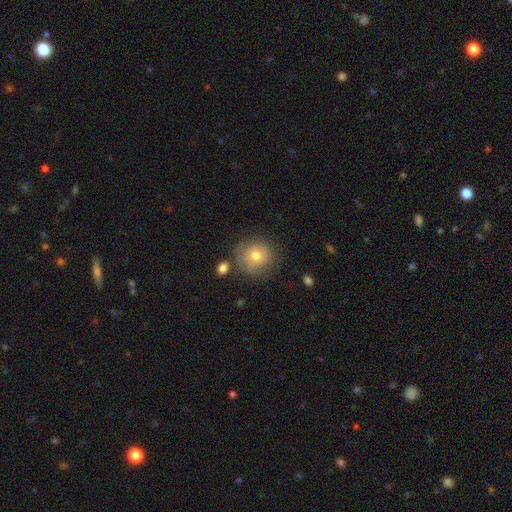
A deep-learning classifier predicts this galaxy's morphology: Smooth or featured? Predicted: smooth (p=0.64). How rounded? Predicted: round (p=0.91). Merging? Predicted: none (p=0.74).